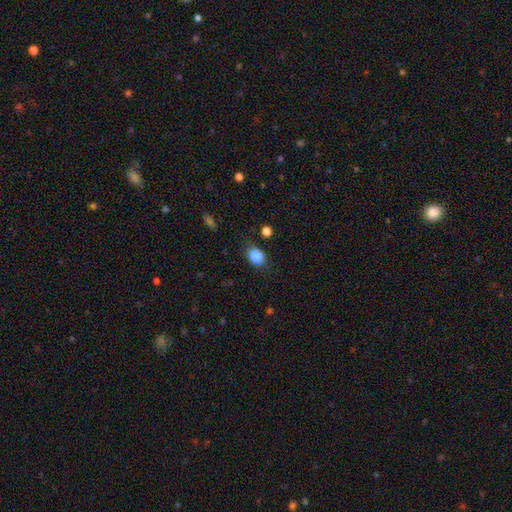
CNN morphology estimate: type=smooth (81%); roundness=in between (51%); merging=none (54%).